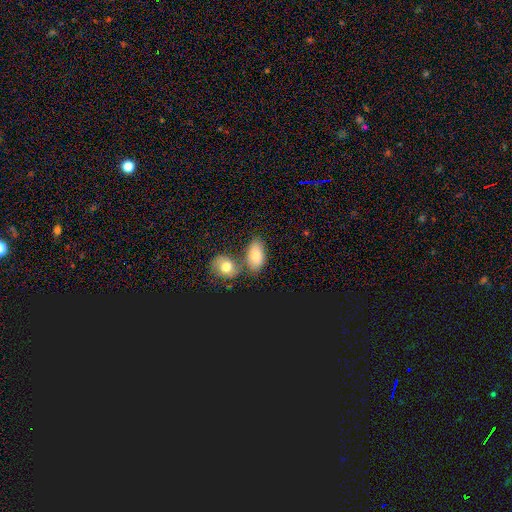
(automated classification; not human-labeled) Q: Smooth or featured?
A: smooth (76%); runner-up: featured or disk (14%)
Q: How rounded?
A: in between (87%); runner-up: round (10%)
Q: Merging?
A: none (56%); runner-up: merger (26%)